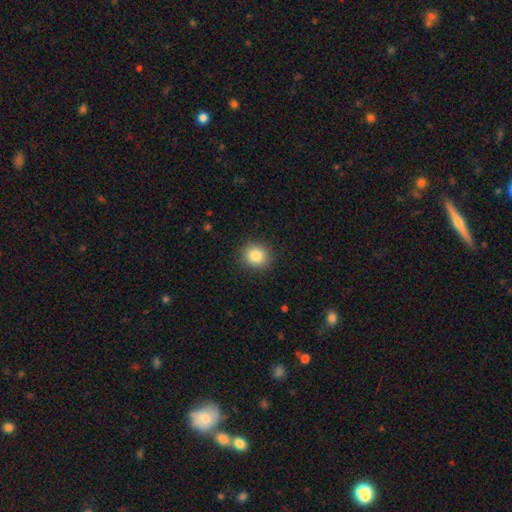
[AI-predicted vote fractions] Smooth or featured? Predicted: smooth (p=0.85). How rounded? Predicted: round (p=0.86). Merging? Predicted: none (p=0.90).